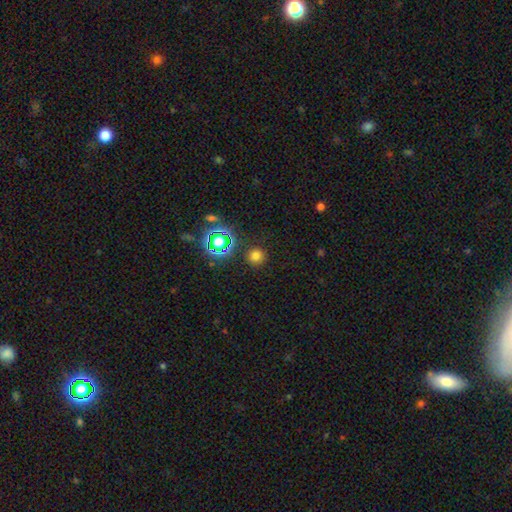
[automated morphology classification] Smooth or featured? Predicted: smooth (p=0.70). How rounded? Predicted: round (p=0.93). Merging? Predicted: none (p=0.88).